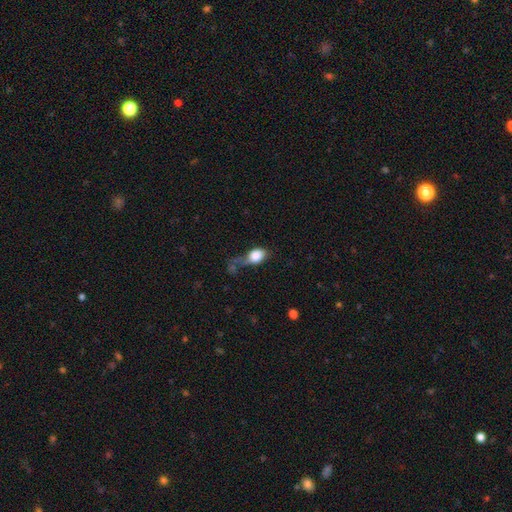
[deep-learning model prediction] Morphology: type=smooth (82%); roundness=in between (73%); merging=major disturbance (30%).